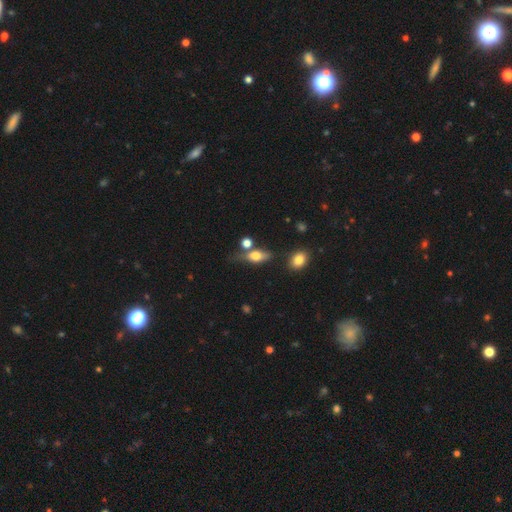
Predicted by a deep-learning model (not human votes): Q: Smooth or featured?
A: smooth (64%); runner-up: featured or disk (27%)
Q: How rounded?
A: in between (70%); runner-up: cigar-shaped (18%)
Q: Merging?
A: none (52%); runner-up: minor disturbance (21%)